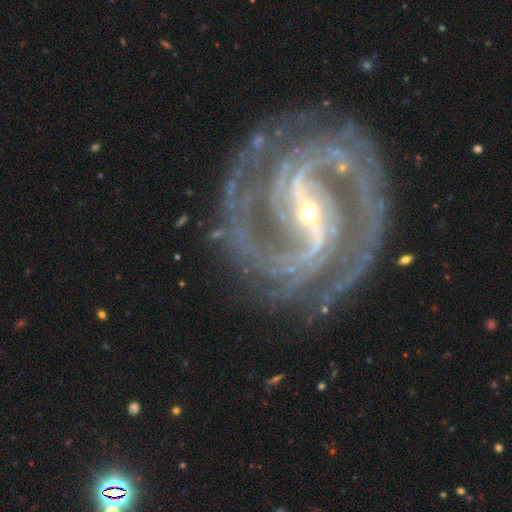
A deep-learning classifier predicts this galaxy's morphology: Smooth or featured: featured or disk — 94% (star or artifact — 4%)
Edge-on disk: no — 98% (yes — 2%)
Bar: strong — 65% (weak — 26%)
Spiral arms: yes — 99% (no — 1%)
Spiral winding: medium — 49% (tight — 43%)
Spiral arm count: 2 — 65% (3 — 13%)
Bulge size: small — 74% (moderate — 23%)
Merging: none — 79% (minor disturbance — 13%)